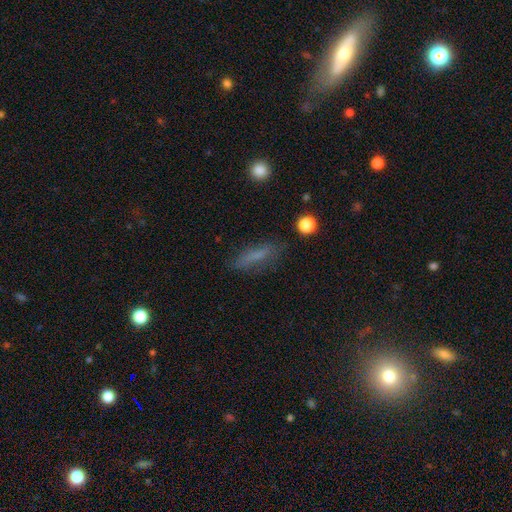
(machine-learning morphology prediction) This is likely a smooth galaxy (65%). How rounded: likely cigar-shaped (65%). Merging: likely none (76%).